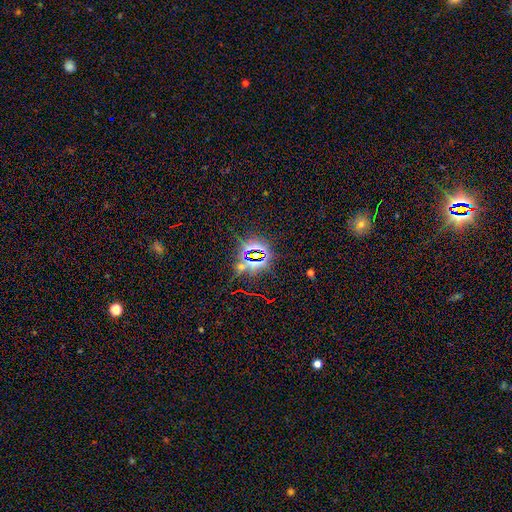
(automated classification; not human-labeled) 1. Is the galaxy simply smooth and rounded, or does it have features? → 80% star or artifact, 12% smooth, 8% featured or disk.